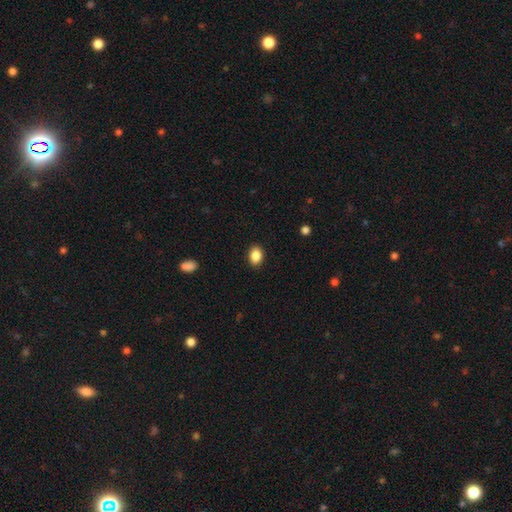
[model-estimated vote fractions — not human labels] smooth_or_featured: smooth (p=0.87) [alt: star or artifact p=0.08]
how_rounded: in between (p=0.74) [alt: round p=0.25]
merging: none (p=0.89) [alt: minor disturbance p=0.08]